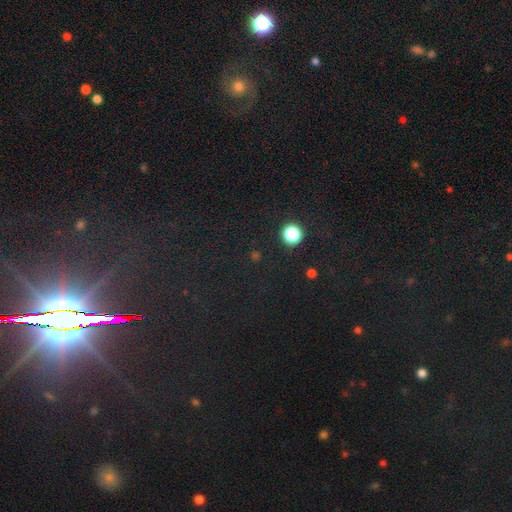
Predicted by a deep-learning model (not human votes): smooth-or-featured: star or artifact: 70% | smooth: 19% | featured or disk: 11%